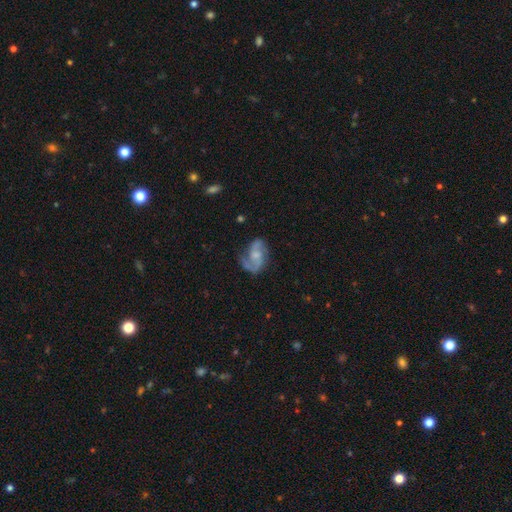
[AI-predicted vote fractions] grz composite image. It shows a featured or disk galaxy (79%) with no bar (57%), 2 (81%) medium (48%) spiral arms (93%) and a small central bulge (42%). Merging: none (59%).